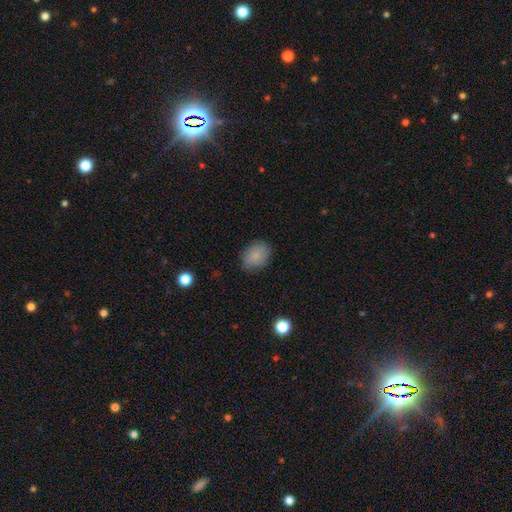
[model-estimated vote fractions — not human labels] This is clearly a smooth galaxy (84%). How rounded: possibly in between (57%). Merging: likely none (79%).